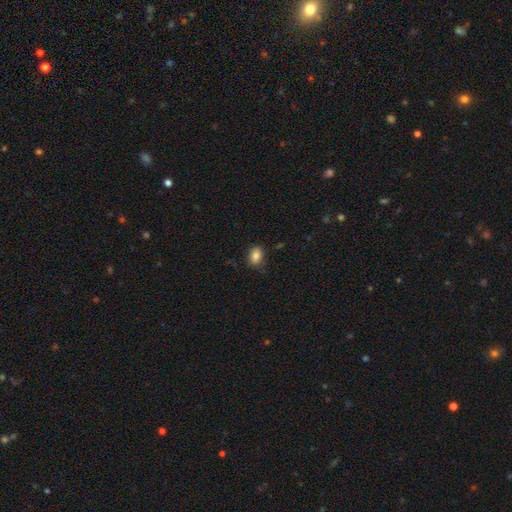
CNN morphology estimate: Smooth or featured? Predicted: smooth (p=0.84). How rounded? Predicted: in between (p=0.73). Merging? Predicted: none (p=0.79).